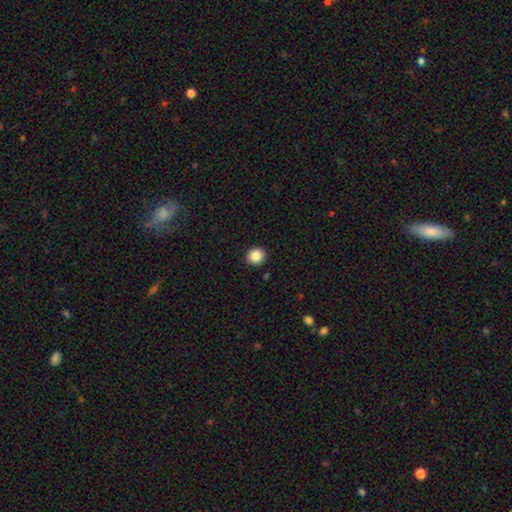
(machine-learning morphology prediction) Smooth or featured? smooth (87%)
How rounded? round (88%)
Merging? none (92%)